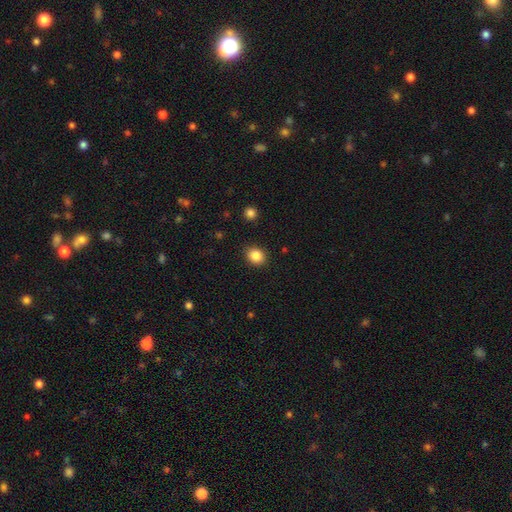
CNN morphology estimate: smooth-or-featured: smooth: 86% | star or artifact: 10% | featured or disk: 5%
  how-rounded: round: 56% | in between: 44% | cigar-shaped: 1%
  merging: none: 88% | minor disturbance: 8% | major disturbance: 2% | merger: 1%